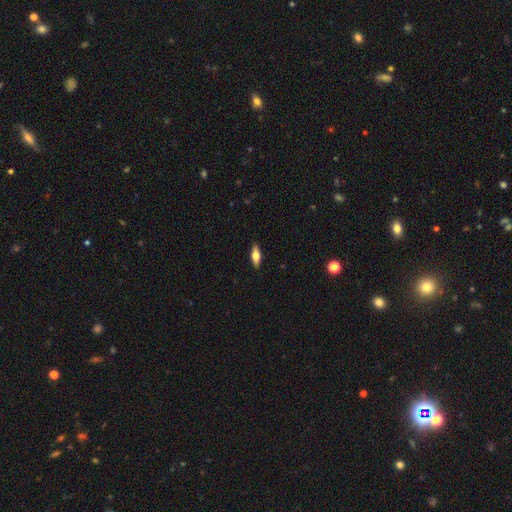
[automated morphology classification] Smooth or featured?
  - smooth: 53% *
  - featured or disk: 40%
  - star or artifact: 7%
How rounded?
  - in between: 64% *
  - cigar-shaped: 33%
  - round: 3%
Merging?
  - none: 89% *
  - minor disturbance: 8%
  - major disturbance: 2%
  - merger: 1%